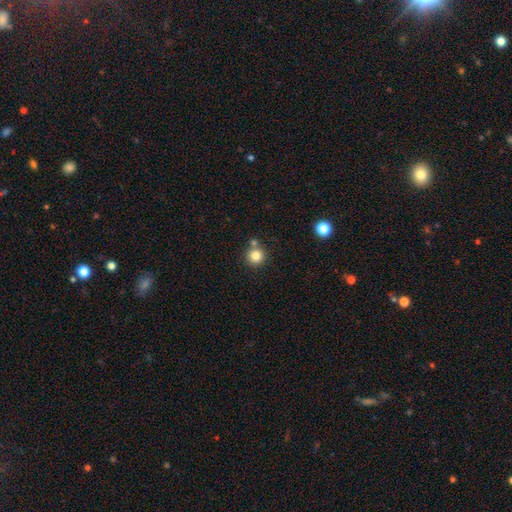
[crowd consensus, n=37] Volunteers were most divided on "merging": none: 65%, merger: 24%, minor disturbance: 9%, major disturbance: 3%. More confident: how rounded — round (86%); smooth or featured — smooth (78%).